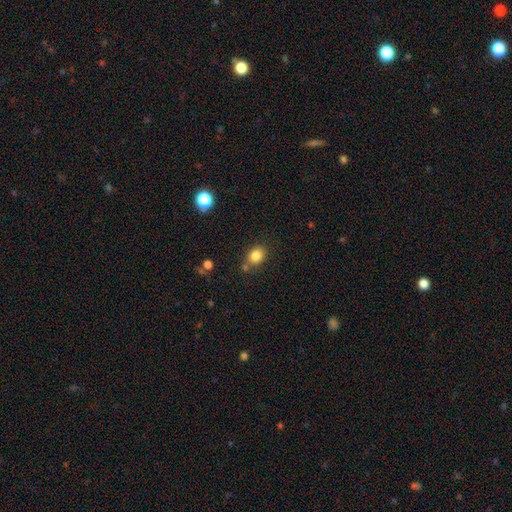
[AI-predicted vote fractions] Smooth or featured? smooth (83%)
How rounded? in between (52%)
Merging? none (72%)